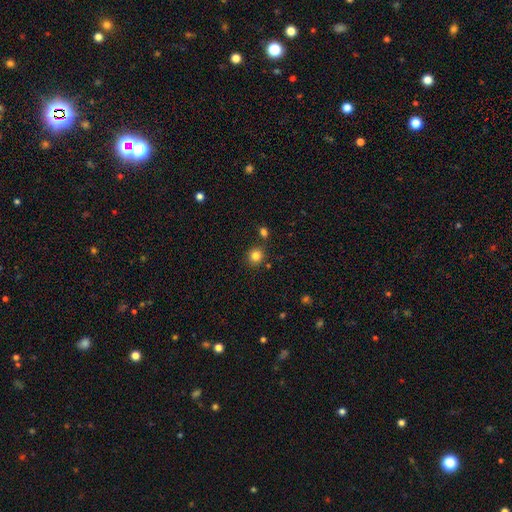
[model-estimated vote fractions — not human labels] Smooth or featured?
  - smooth: 83% *
  - star or artifact: 12%
  - featured or disk: 5%
How rounded?
  - round: 88% *
  - in between: 11%
  - cigar-shaped: 1%
Merging?
  - none: 81% *
  - minor disturbance: 9%
  - merger: 8%
  - major disturbance: 3%